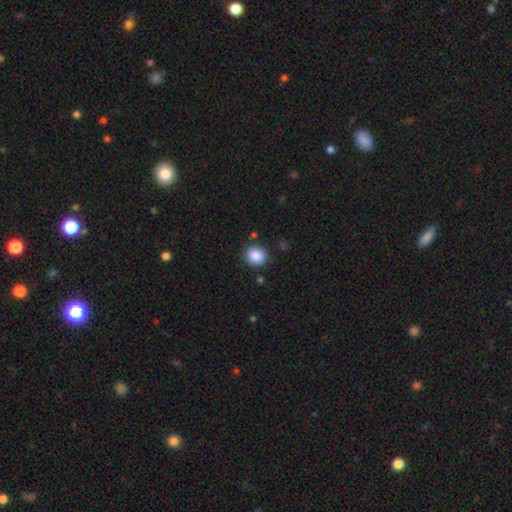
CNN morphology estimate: This is clearly a smooth galaxy (88%). How rounded: likely round (78%). Merging: clearly none (85%).